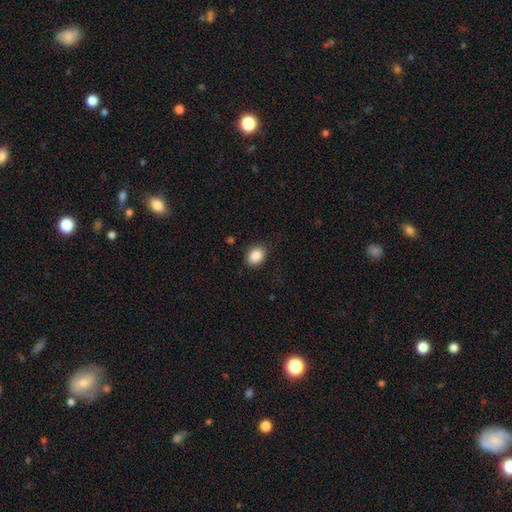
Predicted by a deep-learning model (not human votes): Smooth or featured? Predicted: smooth (p=0.88). How rounded? Predicted: in between (p=0.63). Merging? Predicted: none (p=0.83).